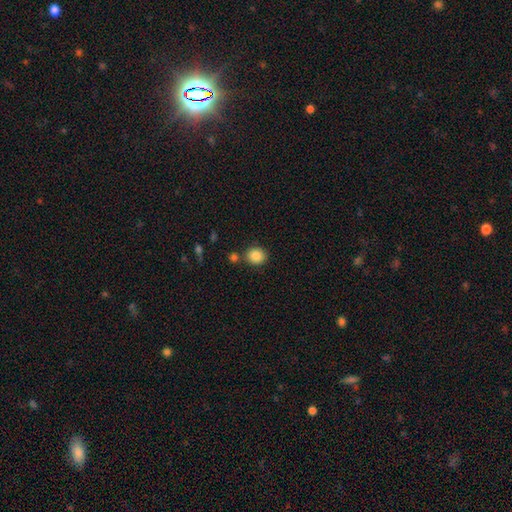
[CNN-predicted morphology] The model was most divided on "how rounded": round: 73%, in between: 26%, cigar-shaped: 1%. More confident: smooth or featured — smooth (87%); merging — none (76%).